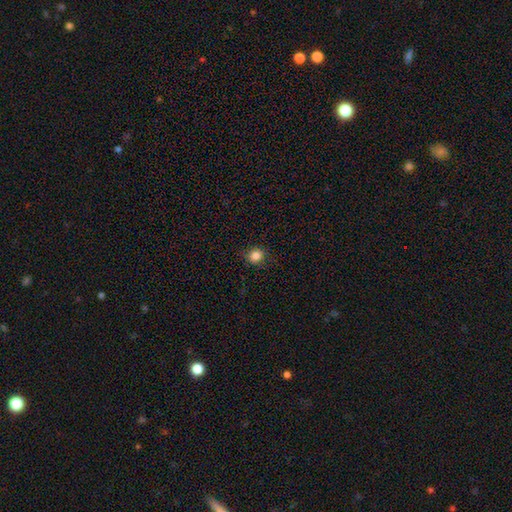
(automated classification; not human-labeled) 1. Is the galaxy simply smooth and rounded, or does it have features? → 85% smooth, 11% star or artifact, 4% featured or disk.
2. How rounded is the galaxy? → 80% round, 19% in between, 1% cigar-shaped.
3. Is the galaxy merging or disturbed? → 86% none, 10% minor disturbance, 3% major disturbance, 1% merger.